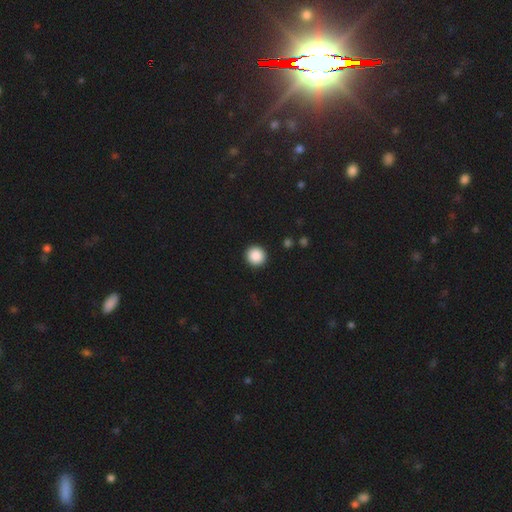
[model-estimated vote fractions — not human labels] A smooth galaxy with no disk features (88%) that is round (94%). Merging: none (93%).